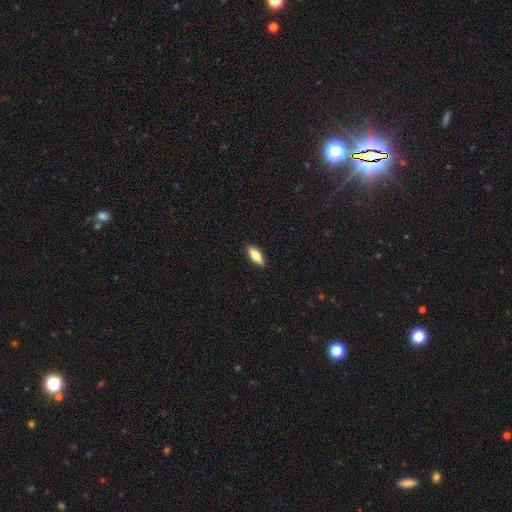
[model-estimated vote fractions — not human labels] The model was most divided on "how rounded": in between: 63%, cigar-shaped: 34%, round: 3%. More confident: merging — none (90%); smooth or featured — smooth (62%).